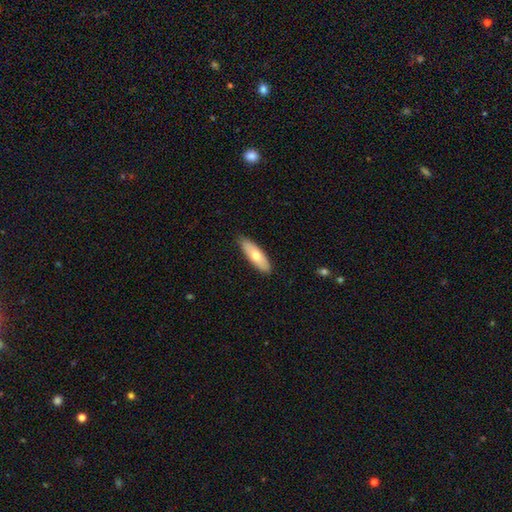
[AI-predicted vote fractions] smooth 66%, featured or disk 29%, star or artifact 5%. Down the decision tree: how rounded — in between (58%); merging — none (87%).